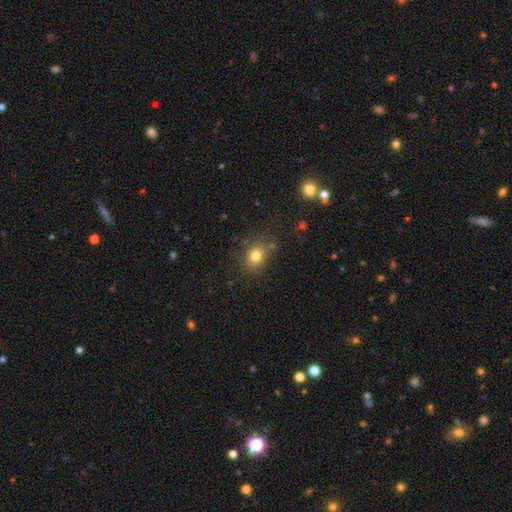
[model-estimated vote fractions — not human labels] smooth 78%, star or artifact 13%, featured or disk 8%. Down the decision tree: how rounded — round (63%); merging — none (78%).